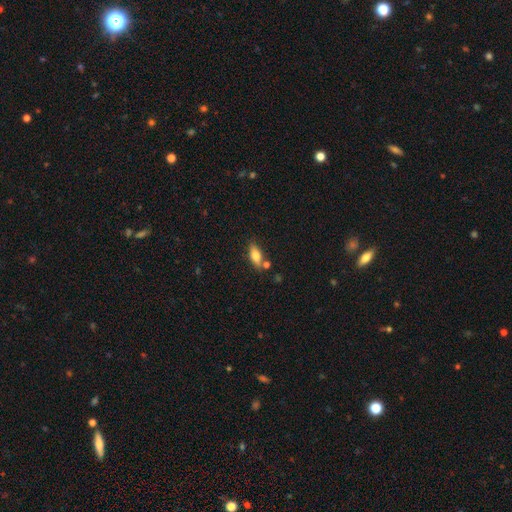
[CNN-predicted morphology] Q: Smooth or featured?
A: smooth (74%); runner-up: featured or disk (19%)
Q: How rounded?
A: in between (77%); runner-up: cigar-shaped (19%)
Q: Merging?
A: none (70%); runner-up: minor disturbance (15%)